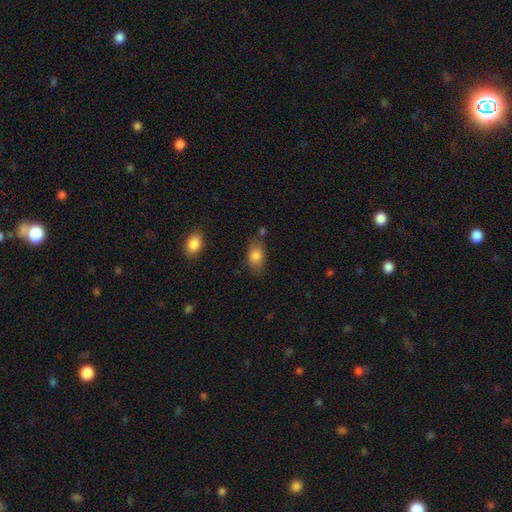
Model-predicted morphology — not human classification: Smooth or featured? Predicted: smooth (p=0.83). How rounded? Predicted: in between (p=0.87). Merging? Predicted: none (p=0.74).